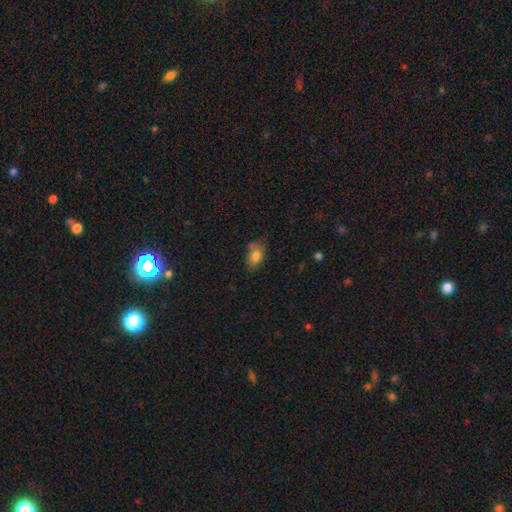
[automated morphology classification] Smooth or featured?
  - smooth: 80% *
  - featured or disk: 11%
  - star or artifact: 9%
How rounded?
  - in between: 85% *
  - round: 13%
  - cigar-shaped: 2%
Merging?
  - none: 55% *
  - minor disturbance: 25%
  - merger: 13%
  - major disturbance: 7%